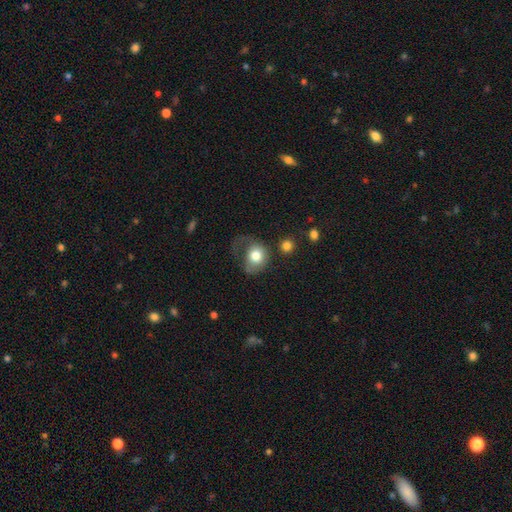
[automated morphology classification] type=smooth (73%); roundness=round (63%); merging=major disturbance (47%).